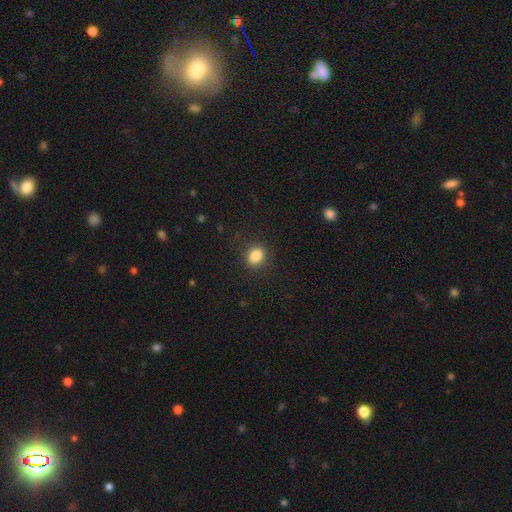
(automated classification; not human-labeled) smooth 86%, star or artifact 10%, featured or disk 4%. Down the decision tree: how rounded — round (57%); merging — none (88%).